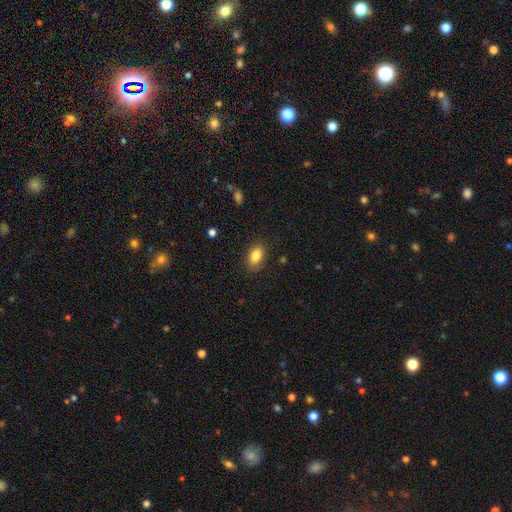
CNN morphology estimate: This appears to be a smooth galaxy with no disk features (84%) that is in between round and cigar-shaped (89%). Merging: none (81%).